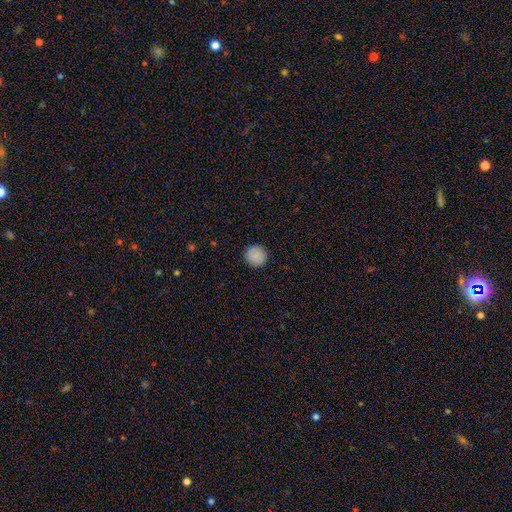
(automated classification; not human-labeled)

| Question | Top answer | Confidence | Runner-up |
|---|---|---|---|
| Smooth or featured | smooth | 89% | star or artifact (7%) |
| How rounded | round | 95% | in between (4%) |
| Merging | none | 92% | minor disturbance (6%) |